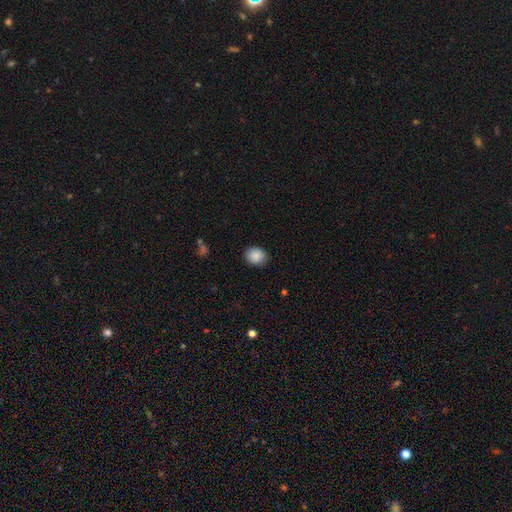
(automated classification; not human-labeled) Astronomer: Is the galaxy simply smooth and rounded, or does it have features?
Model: smooth — 88%.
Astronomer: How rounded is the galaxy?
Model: round — 62%.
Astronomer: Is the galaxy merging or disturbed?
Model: none — 86%.